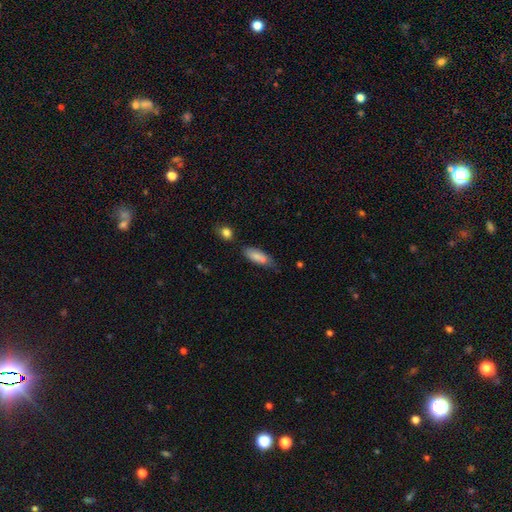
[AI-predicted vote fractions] Morphology: type=smooth (80%); roundness=in between (66%); merging=none (52%).